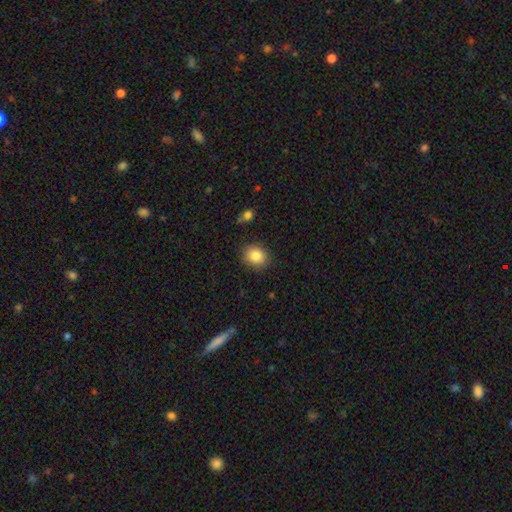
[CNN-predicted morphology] smooth_or_featured: smooth (p=0.85) [alt: star or artifact p=0.09]
how_rounded: round (p=0.60) [alt: in between p=0.39]
merging: none (p=0.86) [alt: minor disturbance p=0.10]